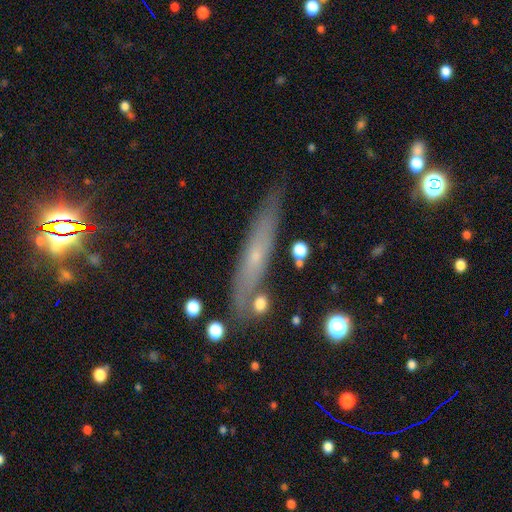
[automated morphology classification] This appears to be a featured or disk galaxy (49%). Merging: none (78%).